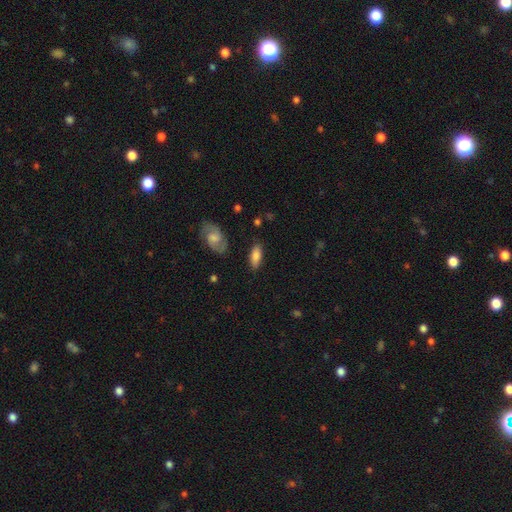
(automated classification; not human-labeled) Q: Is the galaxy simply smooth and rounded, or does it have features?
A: smooth — 76%.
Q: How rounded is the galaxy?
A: in between — 79%.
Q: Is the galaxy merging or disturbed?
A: none — 82%.